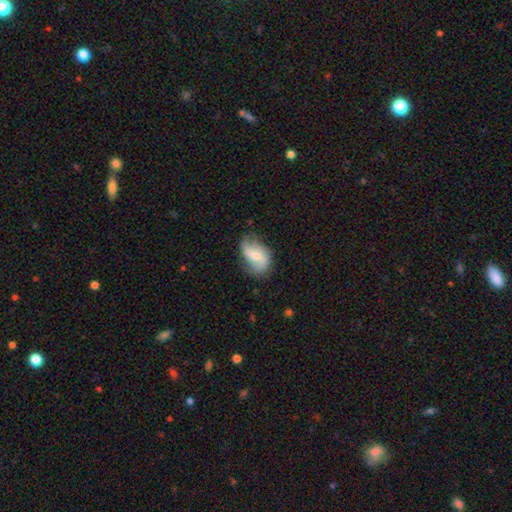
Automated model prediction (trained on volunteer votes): Smooth or featured: featured or disk — 73% (smooth — 21%)
Edge-on disk: no — 97% (yes — 3%)
Bar: weak — 45% (no — 38%)
Spiral arms: yes — 92% (no — 8%)
Spiral winding: loose — 67% (medium — 25%)
Spiral arm count: 2 — 88% (can't tell — 5%)
Bulge size: moderate — 50% (small — 42%)
Merging: none — 68% (minor disturbance — 22%)